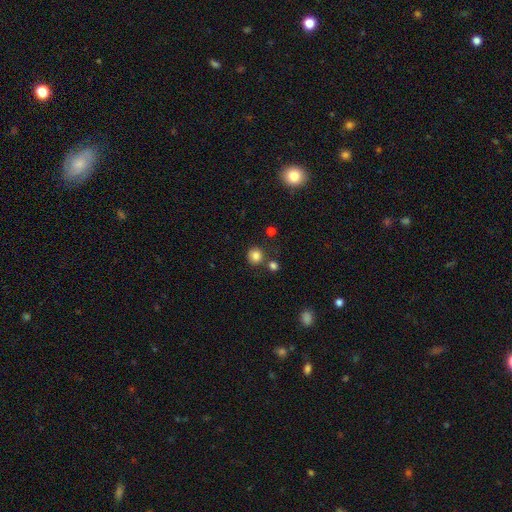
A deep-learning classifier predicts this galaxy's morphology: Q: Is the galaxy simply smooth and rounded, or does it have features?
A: smooth — 83%.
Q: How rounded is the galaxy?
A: round — 91%.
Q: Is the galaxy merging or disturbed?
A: none — 78%.